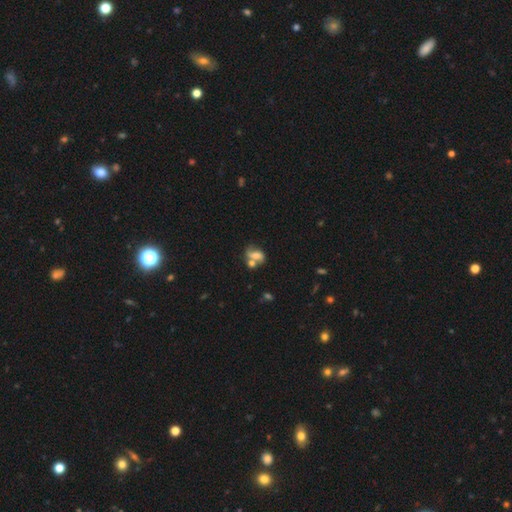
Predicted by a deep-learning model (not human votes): smooth_or_featured: smooth (p=0.50) [alt: featured or disk p=0.38]
merging: merger (p=0.40) [alt: none p=0.35]